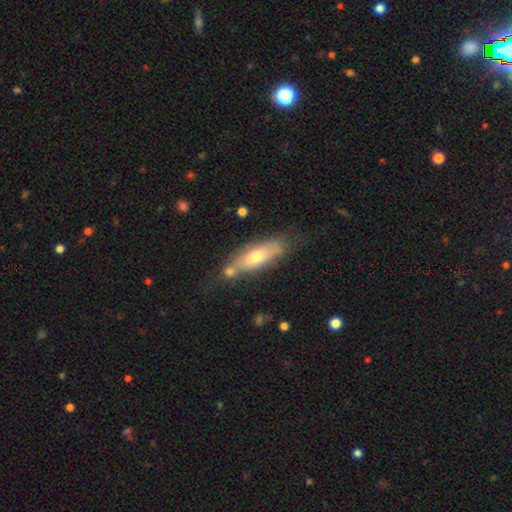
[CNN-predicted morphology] smooth 54%, featured or disk 39%, star or artifact 7%. Down the decision tree: how rounded — in between (51%); merging — none (56%).